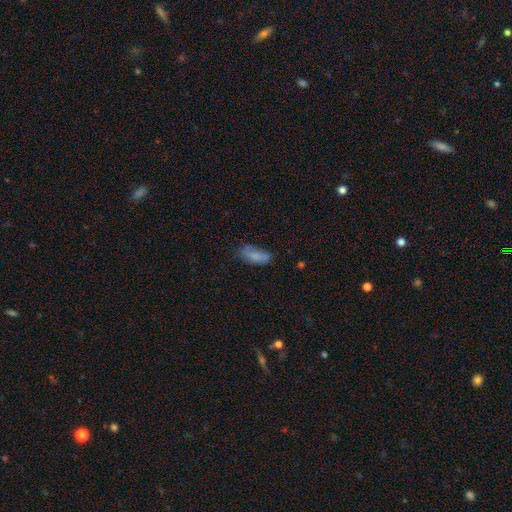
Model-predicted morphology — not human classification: Smooth or featured: smooth — 78% (featured or disk — 14%)
How rounded: in between — 80% (cigar-shaped — 18%)
Merging: none — 57% (minor disturbance — 29%)